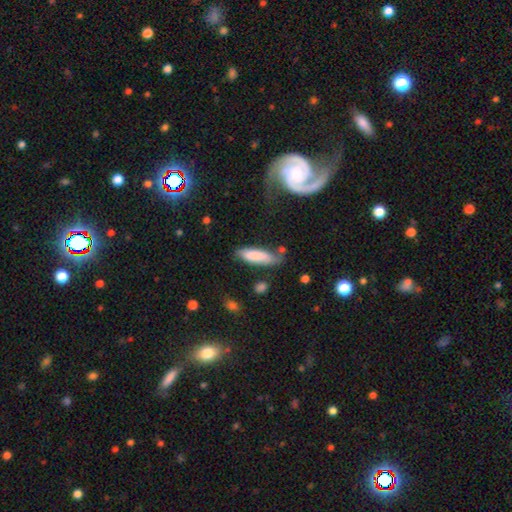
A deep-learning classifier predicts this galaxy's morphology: This appears to be a smooth galaxy with no disk features (81%) that is cigar-shaped (50%). Merging: none (61%).